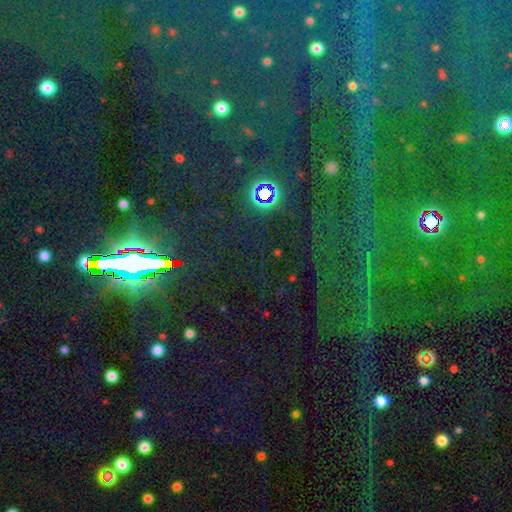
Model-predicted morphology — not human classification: Smooth or featured: star or artifact — 80% (smooth — 12%)